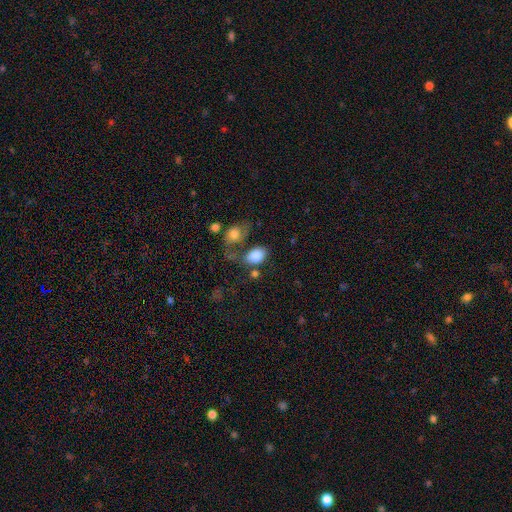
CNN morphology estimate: The model was most divided on "merging": none: 39%, merger: 27%, minor disturbance: 18%, major disturbance: 15%. More confident: smooth or featured — smooth (82%); how rounded — in between (75%).